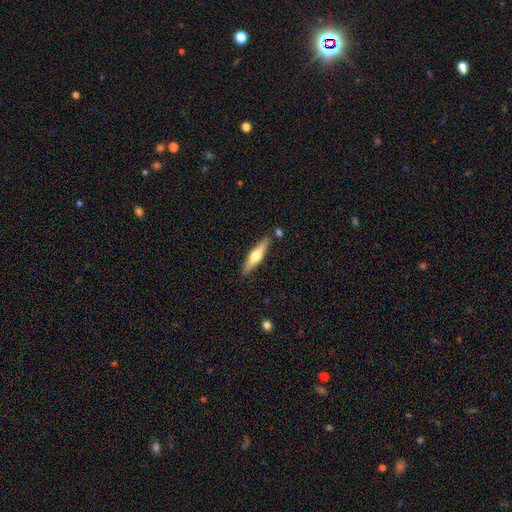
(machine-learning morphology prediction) smooth_or_featured: featured or disk (p=0.52) [alt: smooth p=0.42]
disk_edge_on: yes (p=0.93) [alt: no p=0.07]
merging: none (p=0.83) [alt: minor disturbance p=0.10]